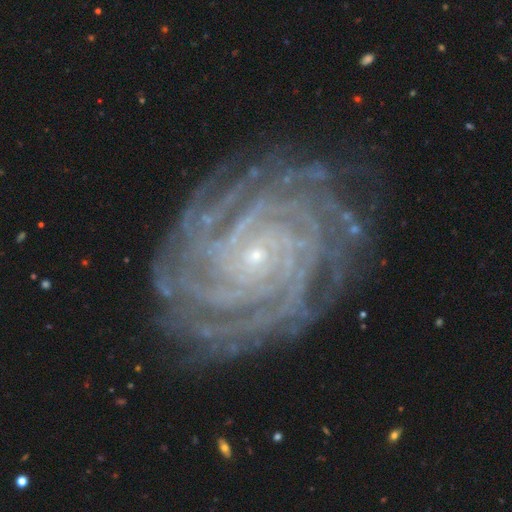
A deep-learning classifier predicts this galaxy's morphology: type=featured or disk (90%); edge-on=no (98%); bar=no (71%); spiral arms=yes (99%); winding=tight (88%); arm count=more than 4 (41%); bulge=small (88%); merging=none (83%).